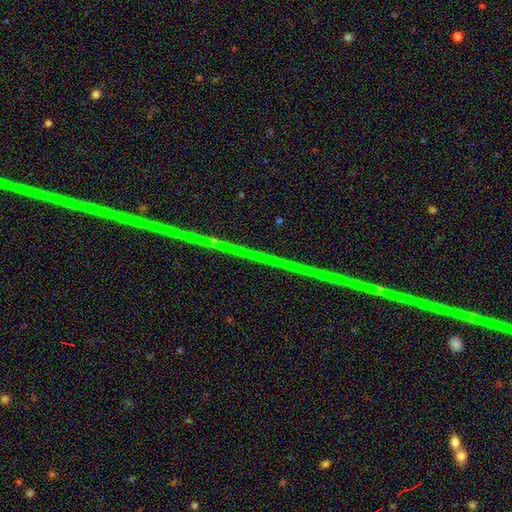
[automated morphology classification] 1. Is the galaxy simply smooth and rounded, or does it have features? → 77% star or artifact, 17% featured or disk, 7% smooth.